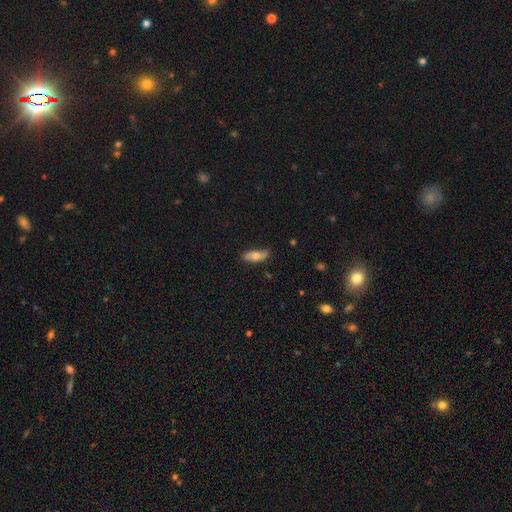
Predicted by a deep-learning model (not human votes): This is likely a smooth galaxy (65%). How rounded: likely in between (68%). Merging: likely none (78%).